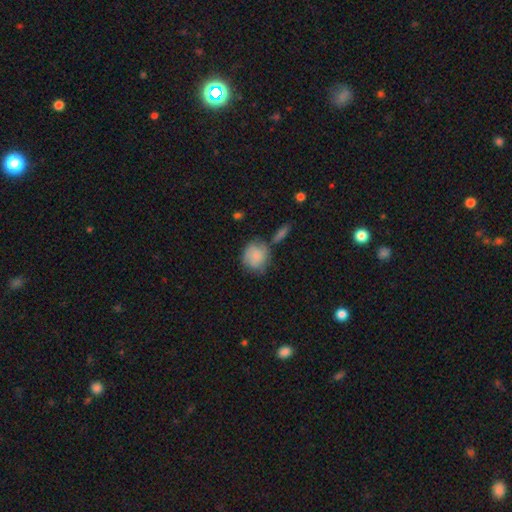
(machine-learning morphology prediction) Overall: smooth (76%). How rounded: round (75%). Merging: none (53%; minor disturbance 24%).